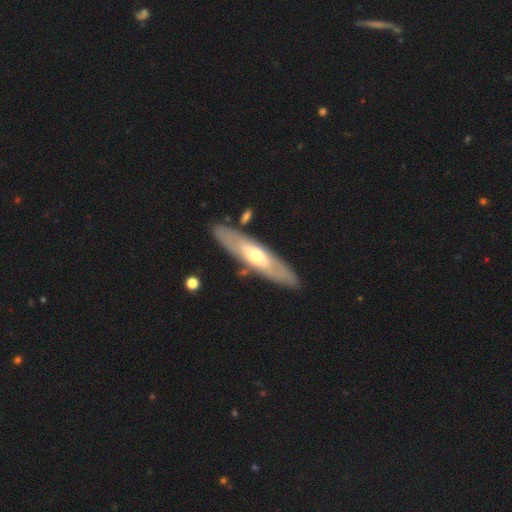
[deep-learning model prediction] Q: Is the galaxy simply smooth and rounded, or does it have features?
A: featured or disk — 58%.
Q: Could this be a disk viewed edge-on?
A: yes — 53%.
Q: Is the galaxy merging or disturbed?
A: none — 85%.